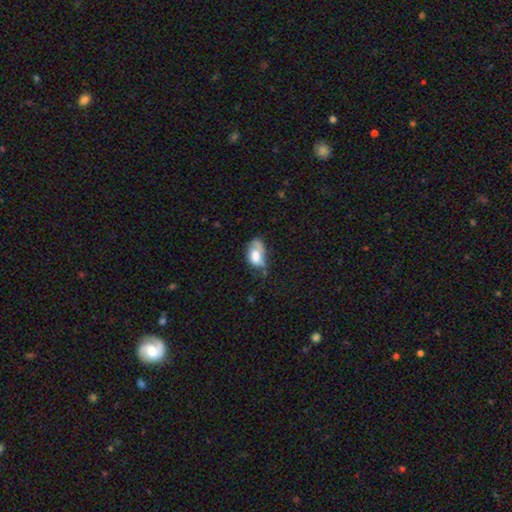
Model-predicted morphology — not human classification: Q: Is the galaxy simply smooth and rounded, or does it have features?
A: smooth — 62%.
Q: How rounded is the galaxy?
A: in between — 88%.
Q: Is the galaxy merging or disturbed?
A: minor disturbance — 33%.